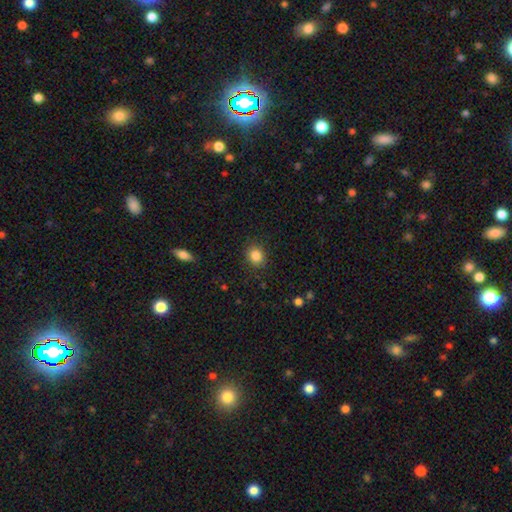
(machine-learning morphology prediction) A smooth galaxy with no disk features (85%) that is round (71%). Merging: none (88%).